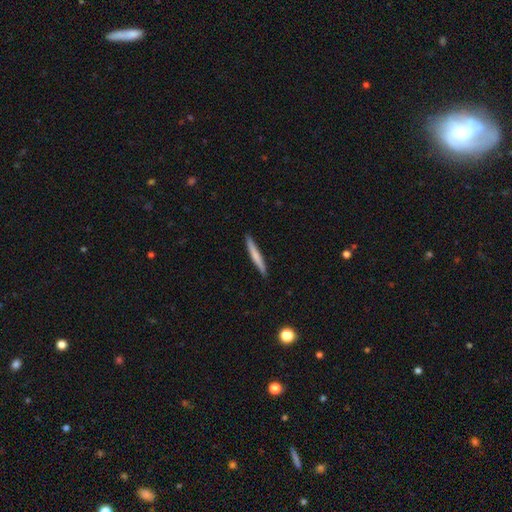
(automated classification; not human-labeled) smooth_or_featured: smooth (p=0.67) [alt: featured or disk p=0.28]
how_rounded: cigar-shaped (p=0.96) [alt: in between p=0.03]
merging: none (p=0.91) [alt: minor disturbance p=0.06]